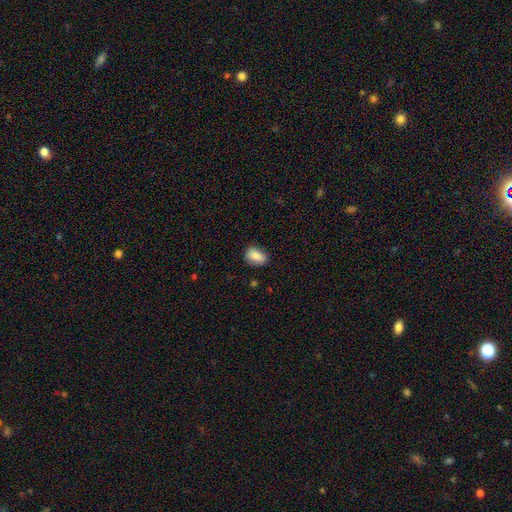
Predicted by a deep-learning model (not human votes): This is clearly a smooth galaxy (86%). How rounded: clearly in between (82%). Merging: likely none (75%).